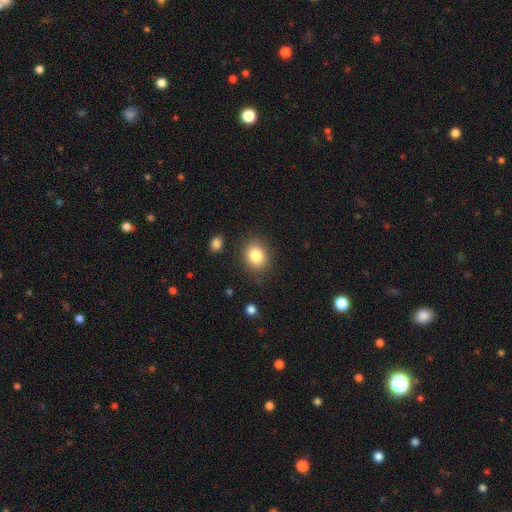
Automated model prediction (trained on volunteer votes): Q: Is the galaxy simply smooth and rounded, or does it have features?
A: smooth — 83%.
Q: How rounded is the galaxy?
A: round — 63%.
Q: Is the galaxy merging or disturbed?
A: none — 84%.